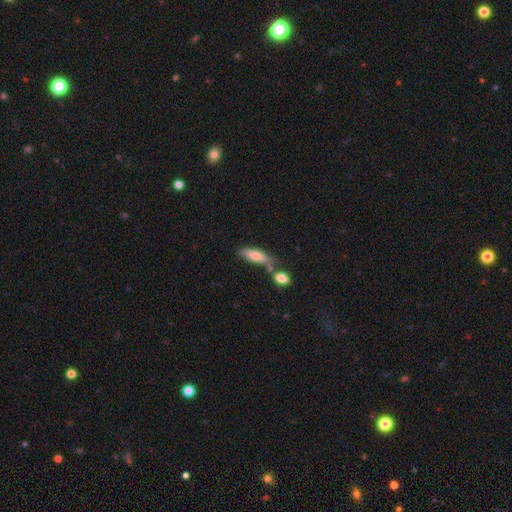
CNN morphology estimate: smooth 73%, featured or disk 20%, star or artifact 7%. Down the decision tree: how rounded — in between (56%); merging — none (49%).